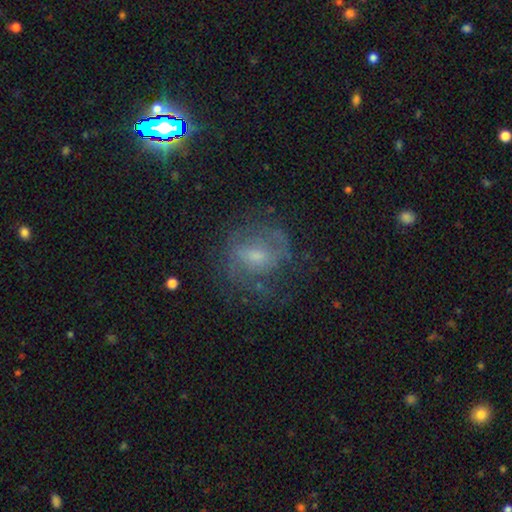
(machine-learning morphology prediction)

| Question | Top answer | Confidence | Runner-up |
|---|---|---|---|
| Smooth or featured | featured or disk | 56% | smooth (28%) |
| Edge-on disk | no | 96% | yes (4%) |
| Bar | weak | 44% | no (43%) |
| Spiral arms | yes | 69% | no (31%) |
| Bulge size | small | 45% | moderate (39%) |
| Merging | none | 60% | minor disturbance (19%) |